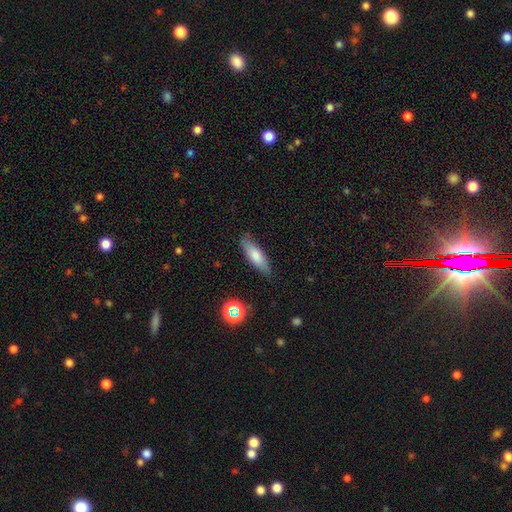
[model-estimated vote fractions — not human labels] Smooth or featured? smooth (74%)
How rounded? cigar-shaped (53%)
Merging? none (84%)